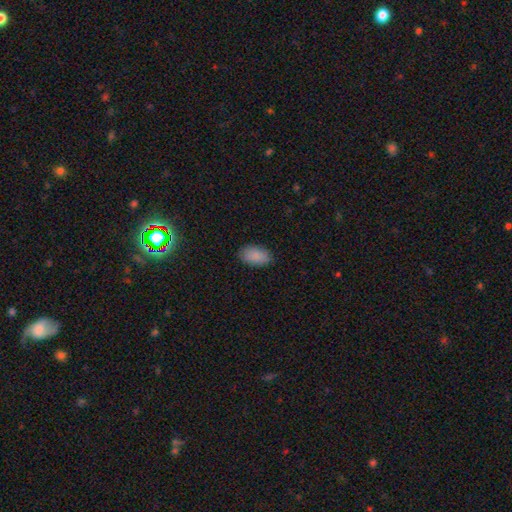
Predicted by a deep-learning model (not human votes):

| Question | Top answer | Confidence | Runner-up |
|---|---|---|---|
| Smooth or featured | smooth | 89% | star or artifact (7%) |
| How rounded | in between | 94% | round (5%) |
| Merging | none | 86% | minor disturbance (11%) |